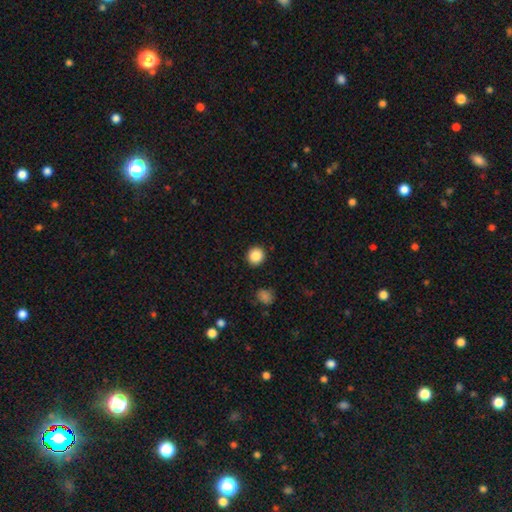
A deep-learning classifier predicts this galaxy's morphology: Smooth or featured?
  - smooth: 87% *
  - star or artifact: 10%
  - featured or disk: 4%
How rounded?
  - round: 90% *
  - in between: 9%
  - cigar-shaped: 1%
Merging?
  - none: 92% *
  - minor disturbance: 5%
  - major disturbance: 2%
  - merger: 1%